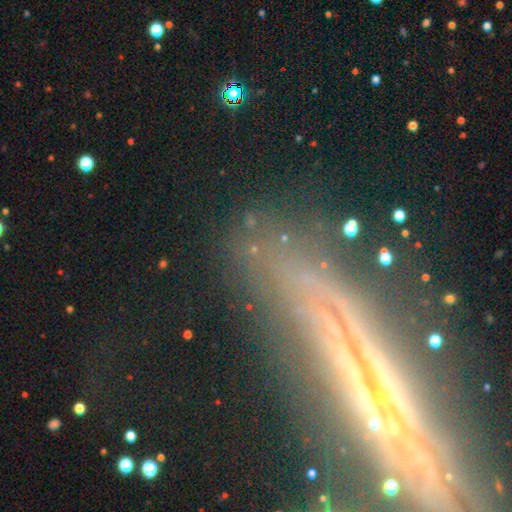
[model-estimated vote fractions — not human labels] Smooth or featured: star or artifact — 45% (featured or disk — 35%)